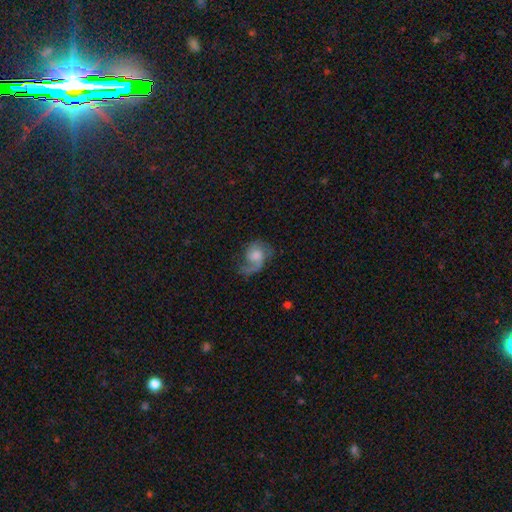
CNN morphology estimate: Smooth or featured? Predicted: featured or disk (p=0.73). Edge-on disk? Predicted: no (p=0.97). Bar? Predicted: no (p=0.67). Spiral arms? Predicted: yes (p=0.93). Spiral winding? Predicted: loose (p=0.43). Spiral arm count? Predicted: 2 (p=0.58). Bulge size? Predicted: moderate (p=0.38). Merging? Predicted: none (p=0.51).